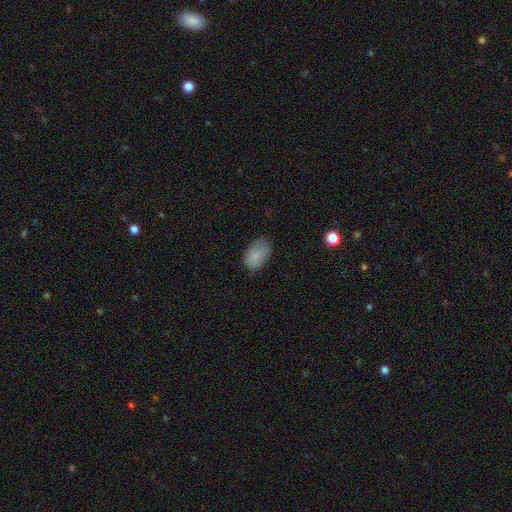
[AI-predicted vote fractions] smooth_or_featured: smooth (p=0.84) [alt: featured or disk p=0.08]
how_rounded: in between (p=0.89) [alt: round p=0.09]
merging: none (p=0.70) [alt: minor disturbance p=0.24]